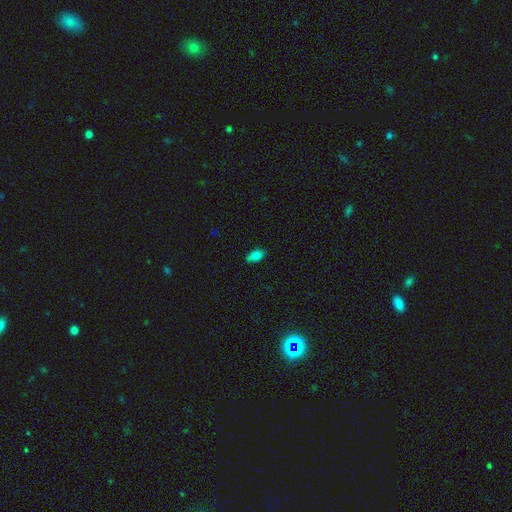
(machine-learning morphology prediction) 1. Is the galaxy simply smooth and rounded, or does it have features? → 83% smooth, 10% star or artifact, 7% featured or disk.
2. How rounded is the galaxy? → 91% in between, 5% cigar-shaped, 4% round.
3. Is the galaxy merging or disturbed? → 82% none, 15% minor disturbance, 2% major disturbance, 1% merger.